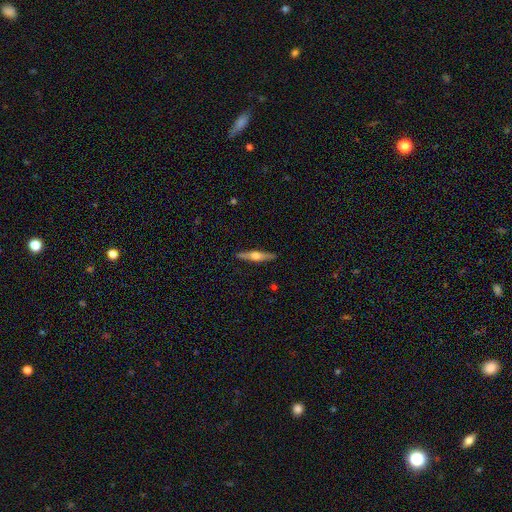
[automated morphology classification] Q: Smooth or featured?
A: featured or disk (68%); runner-up: smooth (27%)
Q: Edge-on disk?
A: yes (97%); runner-up: no (3%)
Q: Edge-on bulge?
A: rounded (94%); runner-up: boxy (4%)
Q: Merging?
A: none (91%); runner-up: minor disturbance (7%)